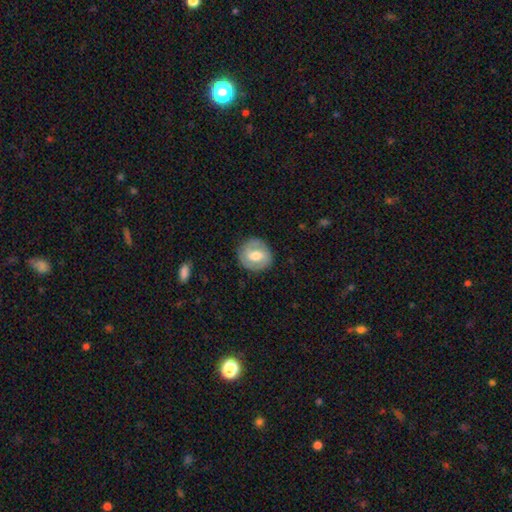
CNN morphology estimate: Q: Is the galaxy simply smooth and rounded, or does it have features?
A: featured or disk — 54%.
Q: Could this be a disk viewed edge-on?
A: no — 97%.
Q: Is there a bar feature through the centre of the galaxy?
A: weak — 50%.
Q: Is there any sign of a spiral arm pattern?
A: yes — 69%.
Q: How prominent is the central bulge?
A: moderate — 68%.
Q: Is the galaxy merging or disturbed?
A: none — 84%.